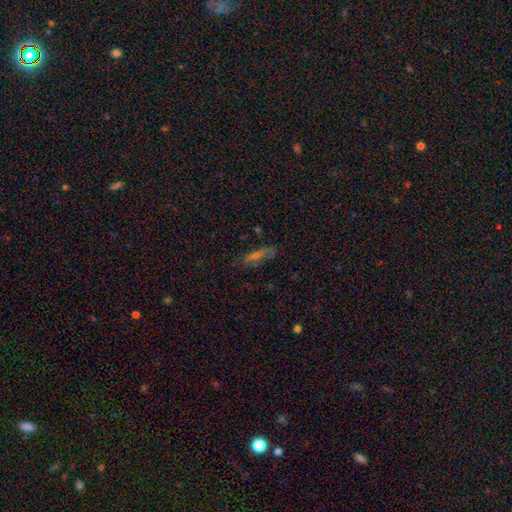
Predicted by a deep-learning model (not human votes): A featured or disk galaxy (46%). Merging: none (77%).